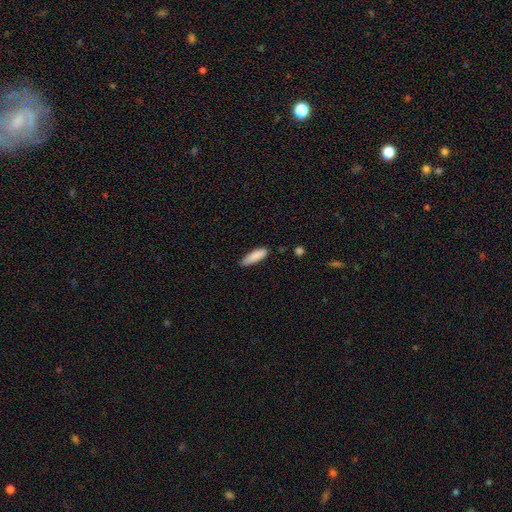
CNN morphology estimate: This appears to be a smooth galaxy with no disk features (88%) that is cigar-shaped (58%). Merging: none (80%).